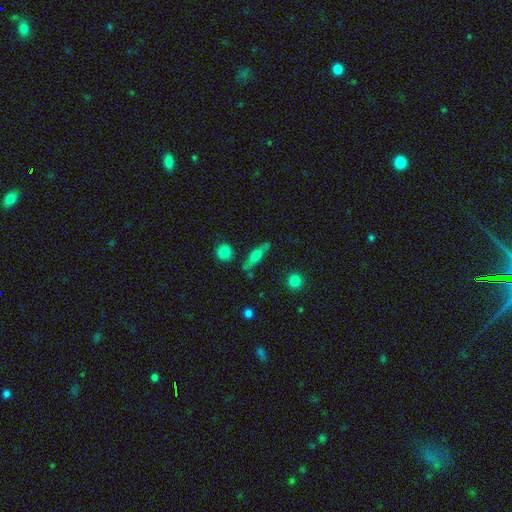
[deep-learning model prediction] Smooth or featured? Predicted: smooth (p=0.54). How rounded? Predicted: cigar-shaped (p=0.69). Merging? Predicted: none (p=0.73).